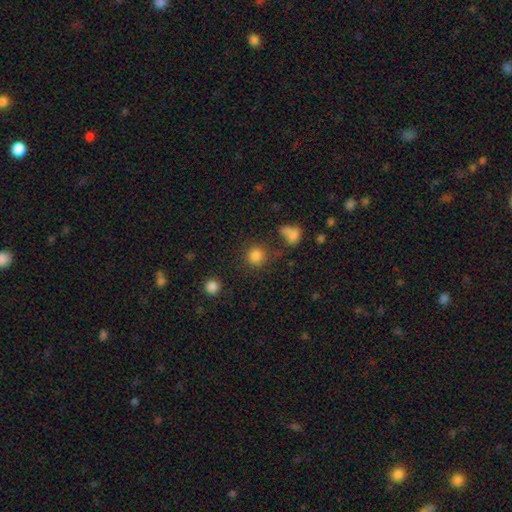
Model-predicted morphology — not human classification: type=smooth (83%); roundness=round (89%); merging=none (76%).